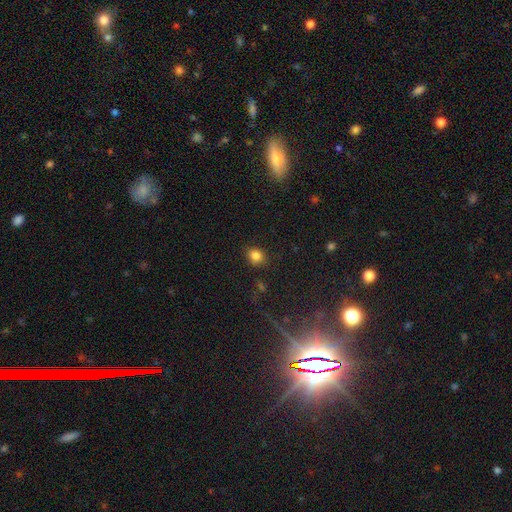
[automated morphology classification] This is clearly a smooth galaxy (83%). How rounded: likely round (62%). Merging: clearly none (84%).